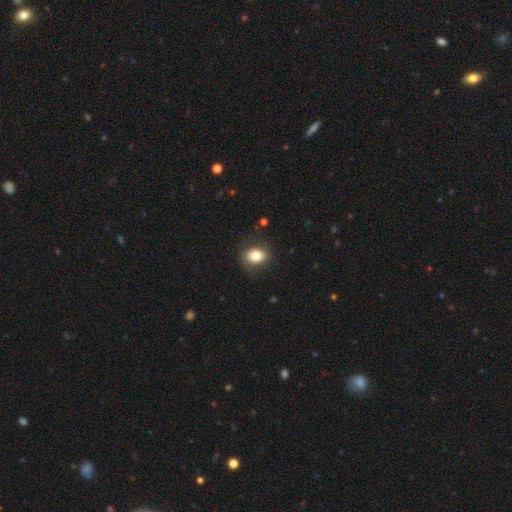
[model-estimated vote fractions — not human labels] Morphology: type=smooth (81%); roundness=in between (52%); merging=none (82%).